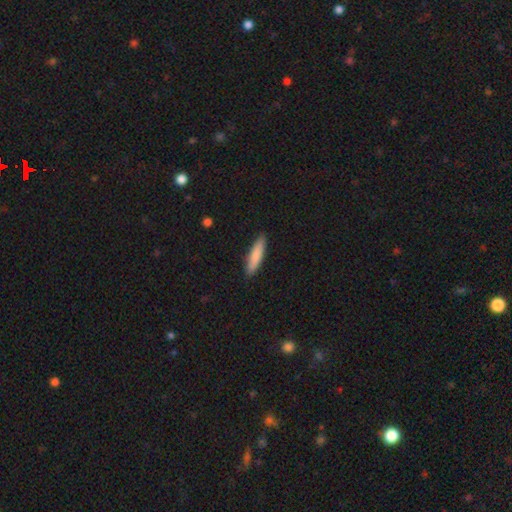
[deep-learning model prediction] Smooth or featured? smooth (84%)
How rounded? cigar-shaped (78%)
Merging? none (89%)